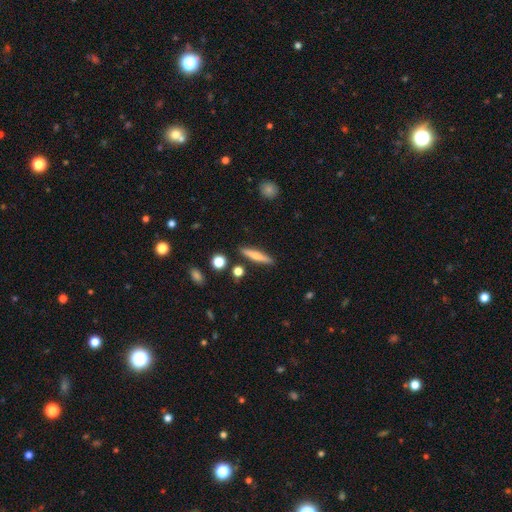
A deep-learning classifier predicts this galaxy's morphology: Smooth or featured?
  - smooth: 62% *
  - featured or disk: 31%
  - star or artifact: 7%
How rounded?
  - cigar-shaped: 88% *
  - in between: 9%
  - round: 3%
Merging?
  - none: 88% *
  - minor disturbance: 7%
  - merger: 3%
  - major disturbance: 2%